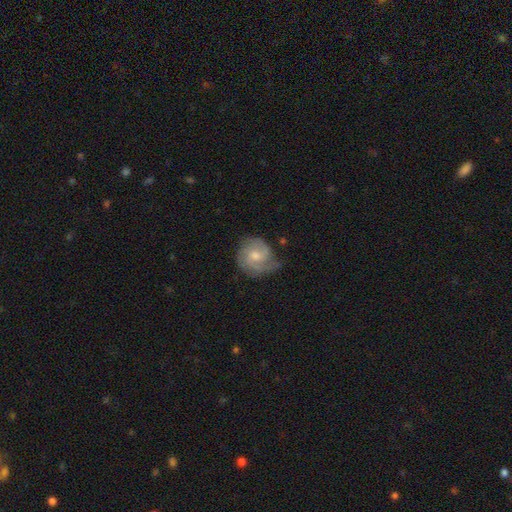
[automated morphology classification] Smooth or featured? featured or disk (60%)
Edge-on disk? no (98%)
Bar? no (64%)
Spiral arms? yes (88%)
Spiral winding? tight (47%)
Spiral arm count? 2 (39%)
Bulge size? moderate (59%)
Merging? none (52%)